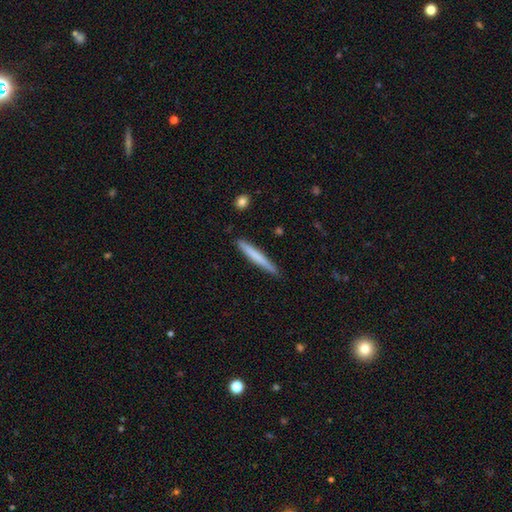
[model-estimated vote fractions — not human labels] Smooth or featured? smooth (68%)
How rounded? cigar-shaped (96%)
Merging? none (88%)